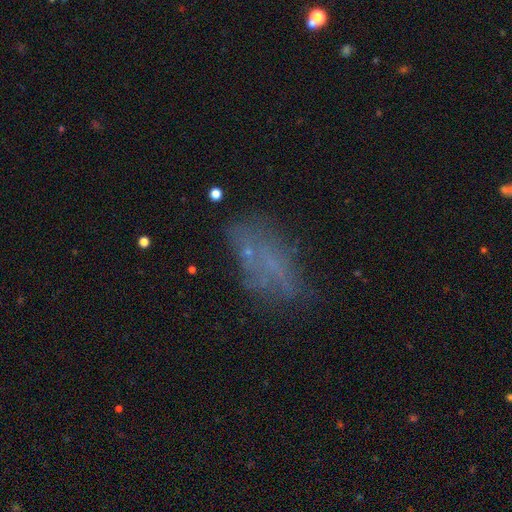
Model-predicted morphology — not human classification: A smooth galaxy with no disk features (41%). Merging: none (53%).